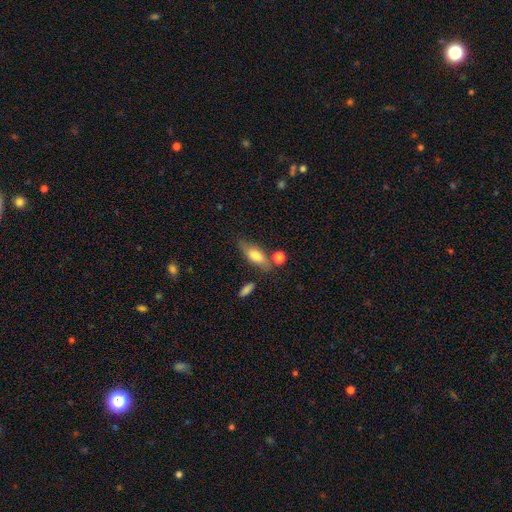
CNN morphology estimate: Smooth or featured: smooth — 69% (featured or disk — 23%)
How rounded: in between — 67% (cigar-shaped — 29%)
Merging: none — 64% (minor disturbance — 19%)